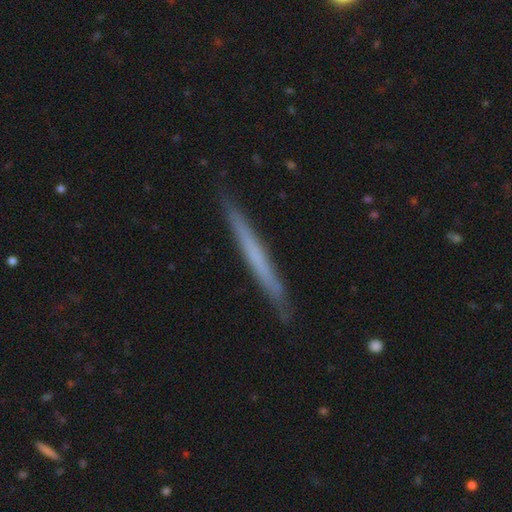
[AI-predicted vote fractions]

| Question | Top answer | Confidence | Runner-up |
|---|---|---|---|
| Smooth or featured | featured or disk | 48% | smooth (46%) |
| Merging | none | 89% | minor disturbance (8%) |